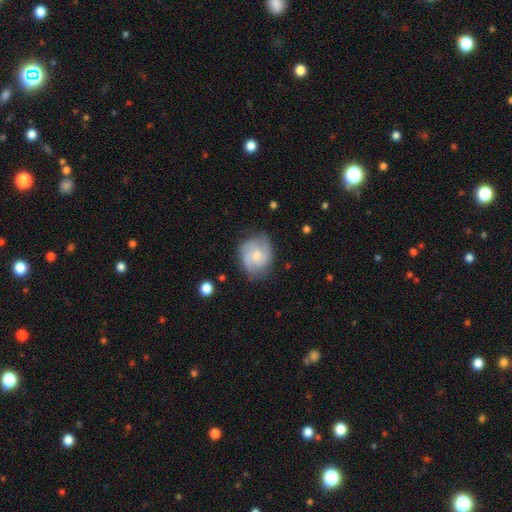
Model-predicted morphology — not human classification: The model was most divided on "spiral winding": medium: 45%, tight: 43%, loose: 12%. Remaining: edge-on disk — no (98%); spiral arms — yes (95%); merging — none (73%); smooth or featured — featured or disk (72%); bar — no (68%); bulge size — small (51%); spiral arm count — 3 (44%).